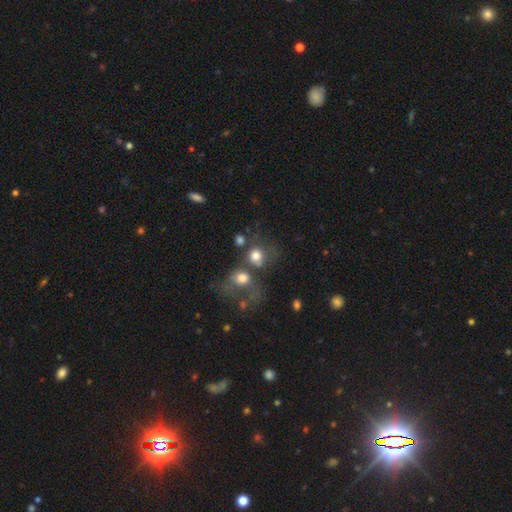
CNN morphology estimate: This is likely a smooth galaxy (73%). How rounded: likely round (75%). Merging: possibly merger (47%).